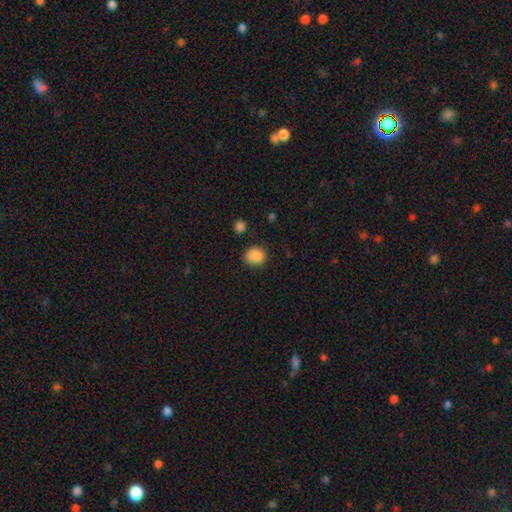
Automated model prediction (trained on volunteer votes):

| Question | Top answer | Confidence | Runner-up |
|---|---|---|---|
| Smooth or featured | smooth | 85% | star or artifact (11%) |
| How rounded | round | 74% | in between (25%) |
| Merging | none | 73% | minor disturbance (19%) |